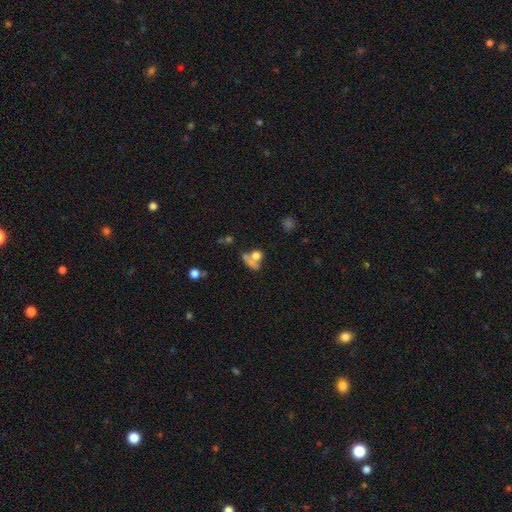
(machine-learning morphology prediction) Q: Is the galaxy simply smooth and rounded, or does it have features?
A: smooth — 66%.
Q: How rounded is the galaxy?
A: round — 54%.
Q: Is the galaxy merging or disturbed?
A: merger — 44%.